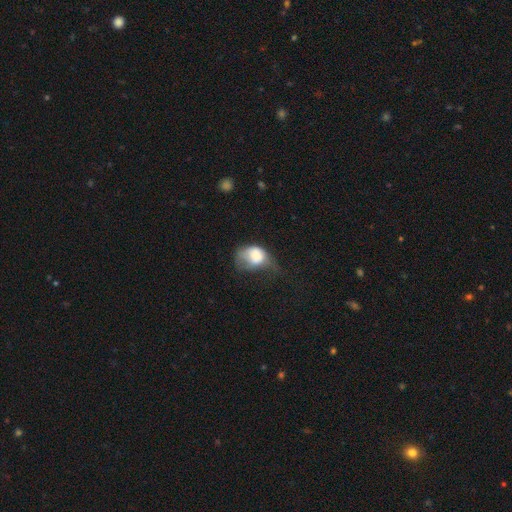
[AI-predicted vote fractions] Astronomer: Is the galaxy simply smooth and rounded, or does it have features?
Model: smooth — 71%.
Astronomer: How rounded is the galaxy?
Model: in between — 61% (runner-up: round, 37%).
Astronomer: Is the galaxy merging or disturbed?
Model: major disturbance — 48% (runner-up: minor disturbance, 30%).